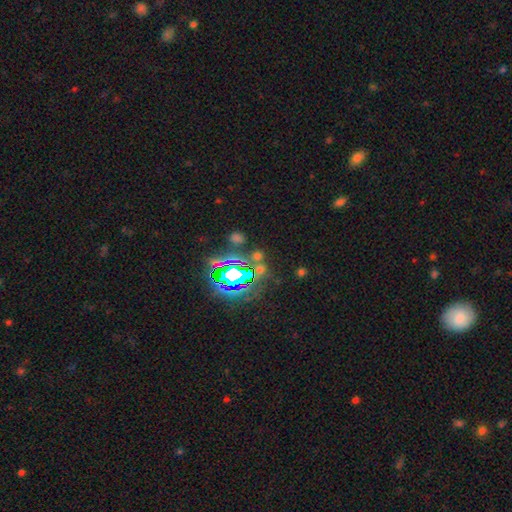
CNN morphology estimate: type=star or artifact (60%).